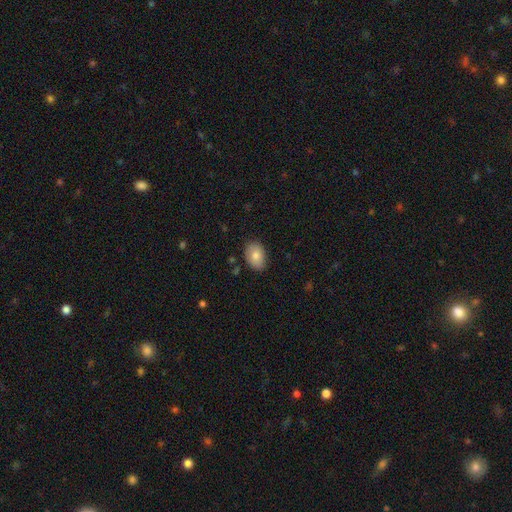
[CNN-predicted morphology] Smooth or featured? smooth (82%)
How rounded? in between (83%)
Merging? none (84%)